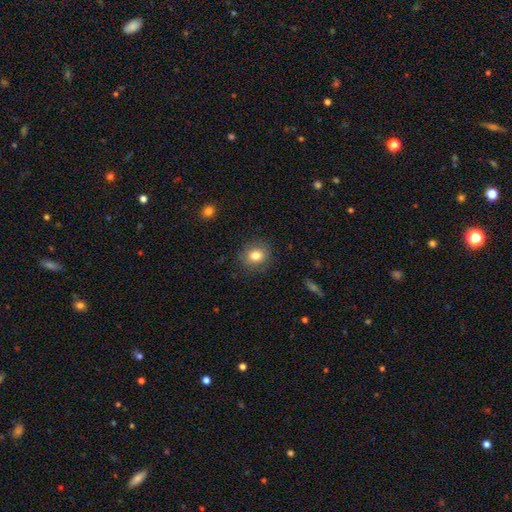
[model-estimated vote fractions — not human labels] This is clearly a smooth galaxy (81%). How rounded: likely round (70%). Merging: clearly none (87%).